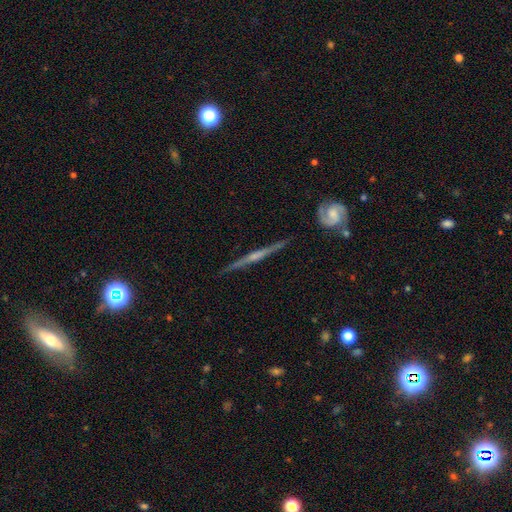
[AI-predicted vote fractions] Smooth or featured: featured or disk — 74% (smooth — 14%)
Edge-on disk: yes — 95% (no — 5%)
Edge-on bulge: rounded — 76% (none — 16%)
Merging: none — 86% (minor disturbance — 9%)